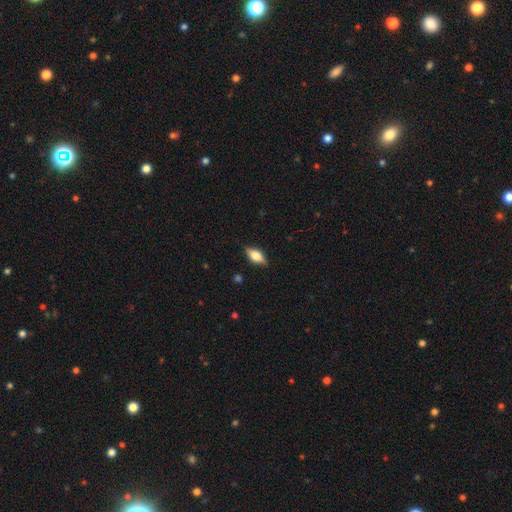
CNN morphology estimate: A smooth galaxy with no disk features (53%) that is in between round and cigar-shaped (80%). Merging: none (84%).